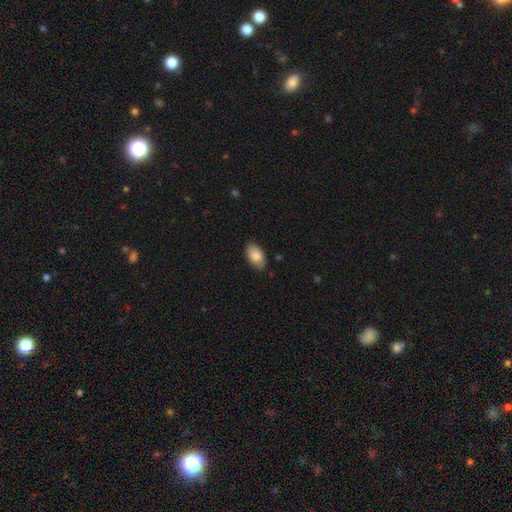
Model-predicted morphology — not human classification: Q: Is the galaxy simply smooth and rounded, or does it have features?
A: smooth — 86%.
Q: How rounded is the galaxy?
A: in between — 93%.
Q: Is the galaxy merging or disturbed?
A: none — 84%.